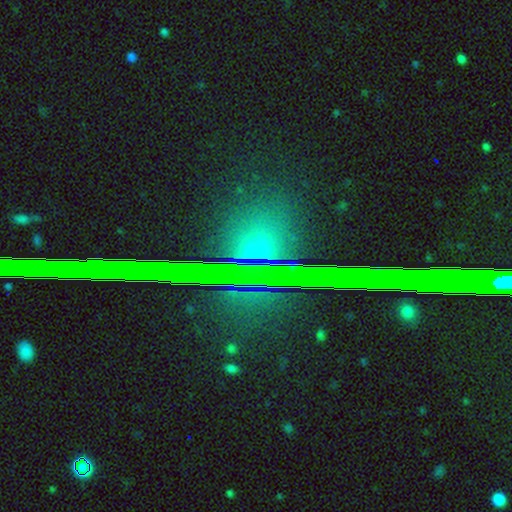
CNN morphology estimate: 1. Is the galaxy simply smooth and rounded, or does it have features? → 68% star or artifact, 22% smooth, 9% featured or disk.